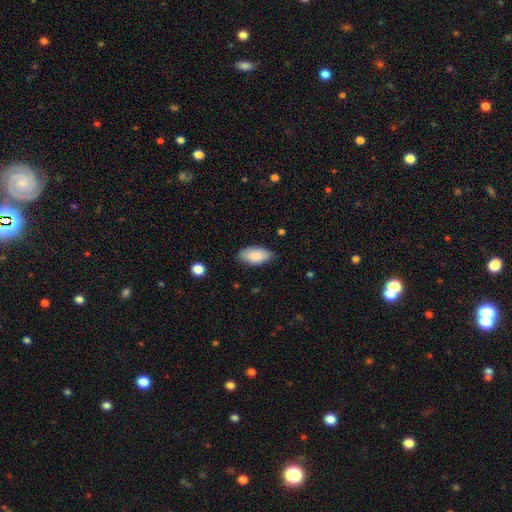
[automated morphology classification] Smooth or featured? smooth (86%)
How rounded? in between (93%)
Merging? none (81%)